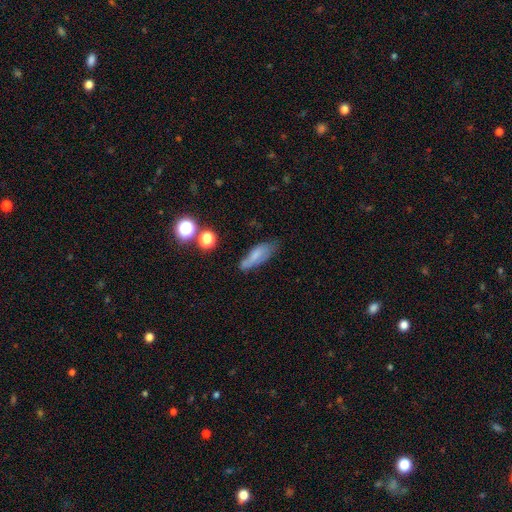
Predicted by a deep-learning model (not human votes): Q: Smooth or featured?
A: smooth (68%); runner-up: featured or disk (22%)
Q: How rounded?
A: in between (61%); runner-up: cigar-shaped (36%)
Q: Merging?
A: none (54%); runner-up: minor disturbance (30%)